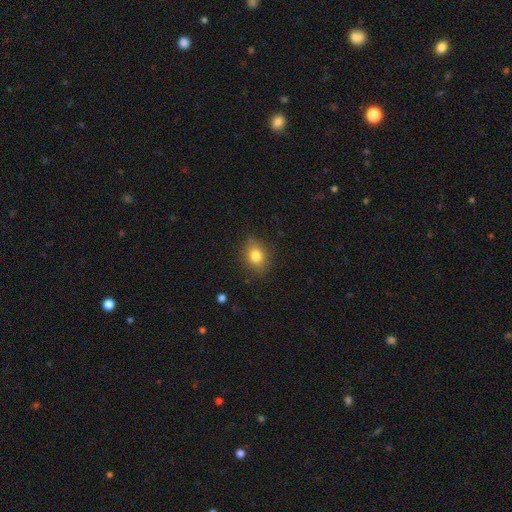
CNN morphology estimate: Smooth or featured? Predicted: smooth (p=0.81). How rounded? Predicted: round (p=0.53). Merging? Predicted: none (p=0.83).